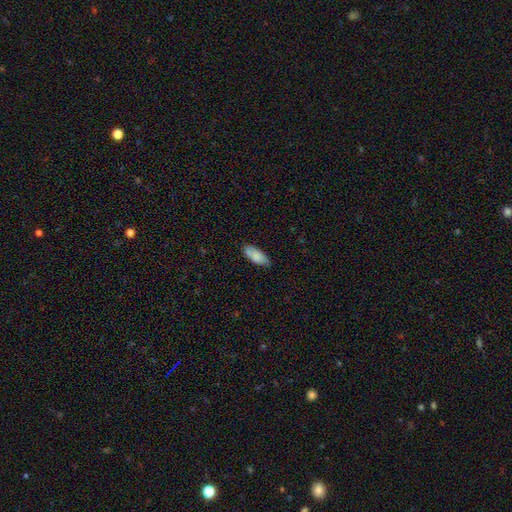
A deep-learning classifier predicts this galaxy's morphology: type=smooth (83%); roundness=in between (84%); merging=none (76%).